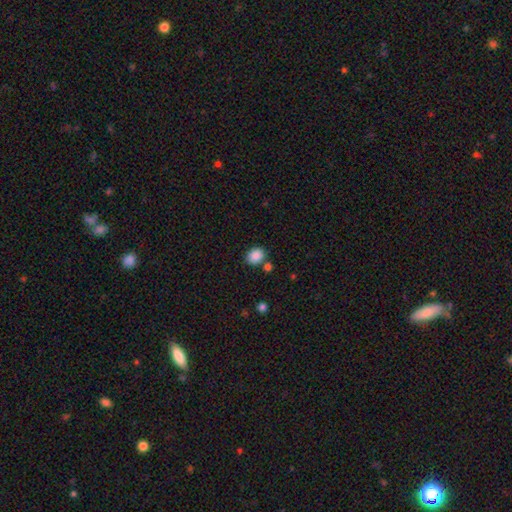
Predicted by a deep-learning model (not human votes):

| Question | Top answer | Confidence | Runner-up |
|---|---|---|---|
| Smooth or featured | smooth | 87% | star or artifact (9%) |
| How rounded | in between | 53% | round (46%) |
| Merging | none | 74% | minor disturbance (13%) |